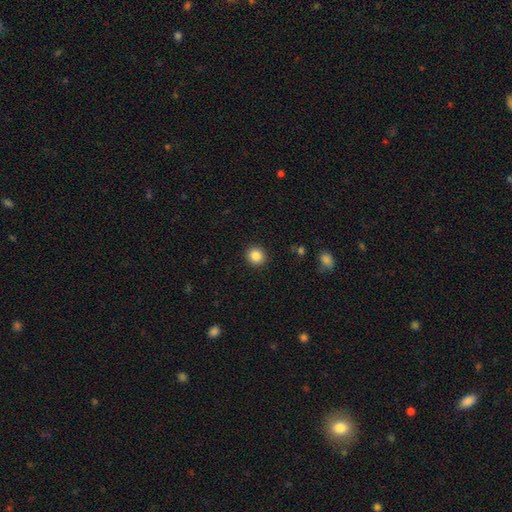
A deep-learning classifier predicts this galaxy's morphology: smooth_or_featured: smooth (p=0.86) [alt: star or artifact p=0.10]
how_rounded: round (p=0.91) [alt: in between p=0.08]
merging: none (p=0.92) [alt: minor disturbance p=0.05]